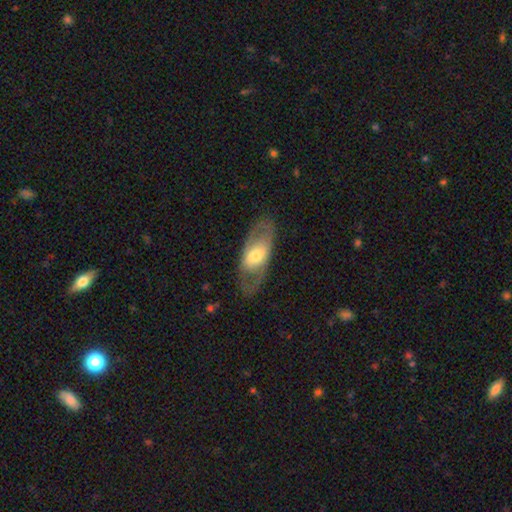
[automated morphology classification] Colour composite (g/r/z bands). It shows a featured or disk galaxy (52%). Merging: none (74%).